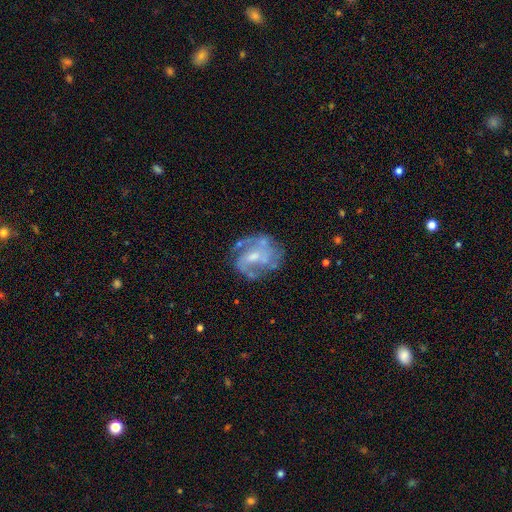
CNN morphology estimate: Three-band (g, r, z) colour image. It shows a featured or disk galaxy (79%) with no bar (48%), 2 (46%) medium (45%) spiral arms (81%) and a moderate central bulge (44%). Merging: none (59%).